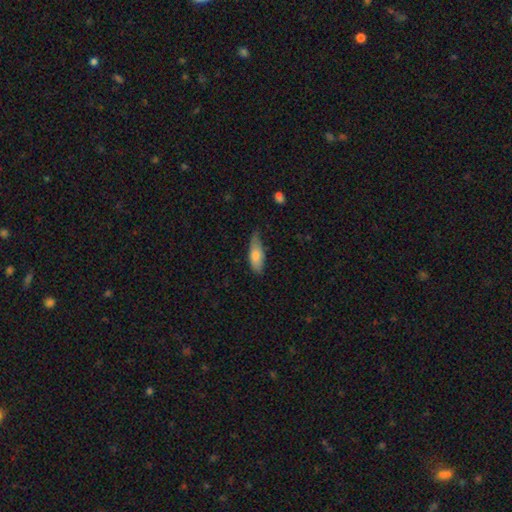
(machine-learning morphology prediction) smooth_or_featured: smooth (p=0.76) [alt: featured or disk p=0.18]
how_rounded: in between (p=0.69) [alt: cigar-shaped p=0.29]
merging: none (p=0.56) [alt: minor disturbance p=0.36]